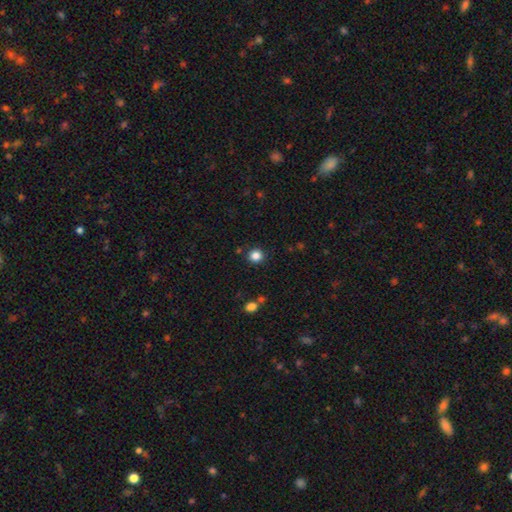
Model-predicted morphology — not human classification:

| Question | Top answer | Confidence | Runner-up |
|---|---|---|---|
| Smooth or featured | smooth | 85% | star or artifact (12%) |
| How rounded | round | 90% | in between (9%) |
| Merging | none | 89% | minor disturbance (6%) |